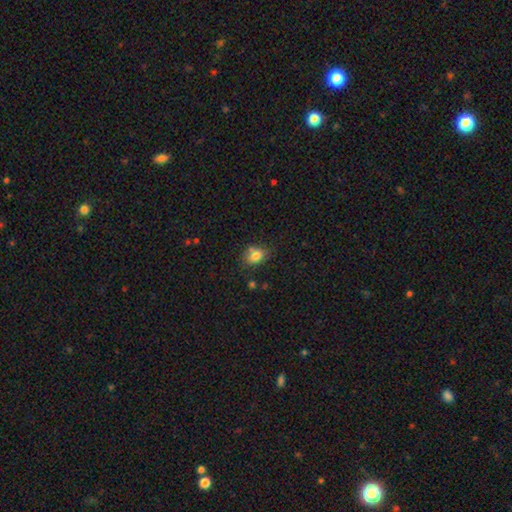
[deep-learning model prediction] A smooth galaxy with no disk features (78%) that is in between round and cigar-shaped (71%). Merging: none (63%).